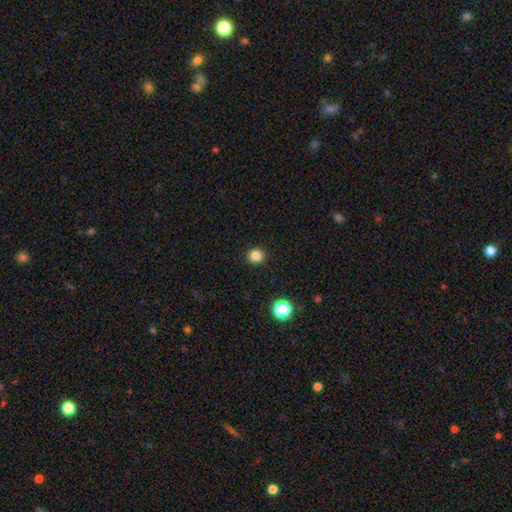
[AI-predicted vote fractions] Overall: smooth (84%). How rounded: round (90%). Merging: none (92%).